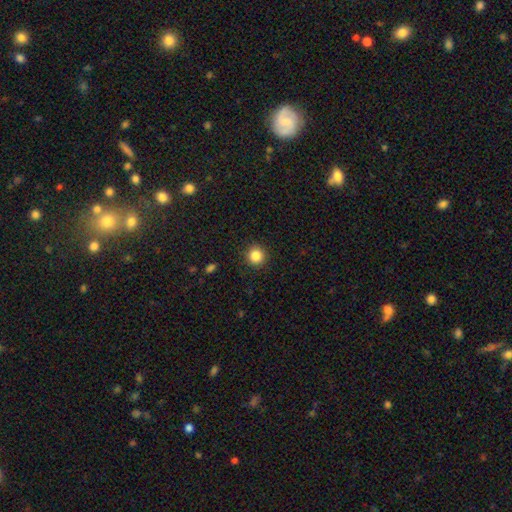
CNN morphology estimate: A smooth galaxy with no disk features (85%) that is round (94%). Merging: none (91%).